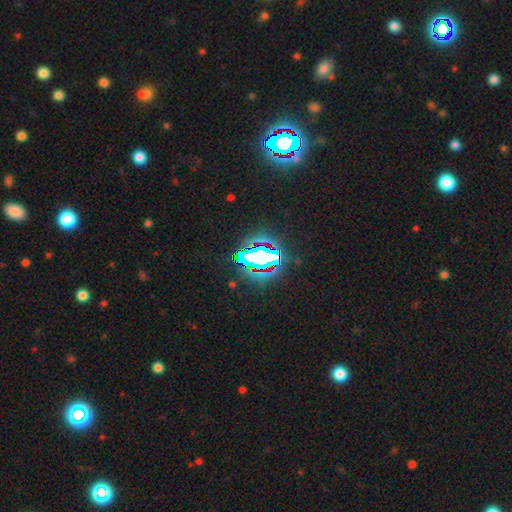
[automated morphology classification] The model was most divided on "smooth or featured": star or artifact: 64%, smooth: 21%, featured or disk: 15%.